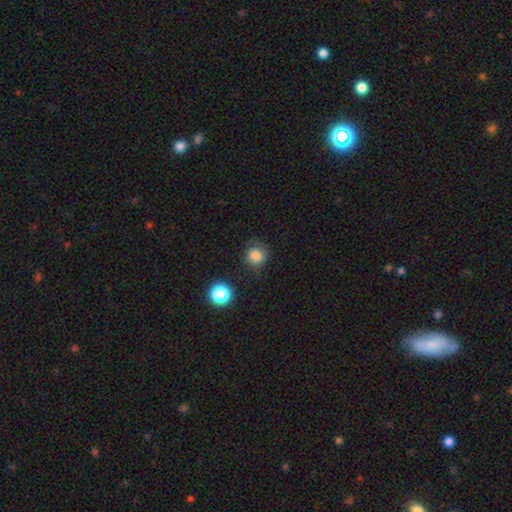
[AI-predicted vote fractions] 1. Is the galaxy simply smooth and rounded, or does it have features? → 79% smooth, 13% star or artifact, 8% featured or disk.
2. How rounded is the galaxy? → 85% round, 14% in between, 1% cigar-shaped.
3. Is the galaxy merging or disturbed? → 67% none, 21% minor disturbance, 9% major disturbance, 2% merger.